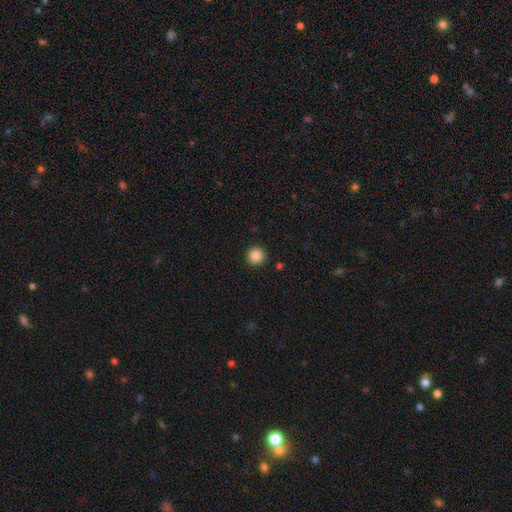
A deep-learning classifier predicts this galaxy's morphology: A smooth galaxy with no disk features (87%) that is round (96%). Merging: none (93%).